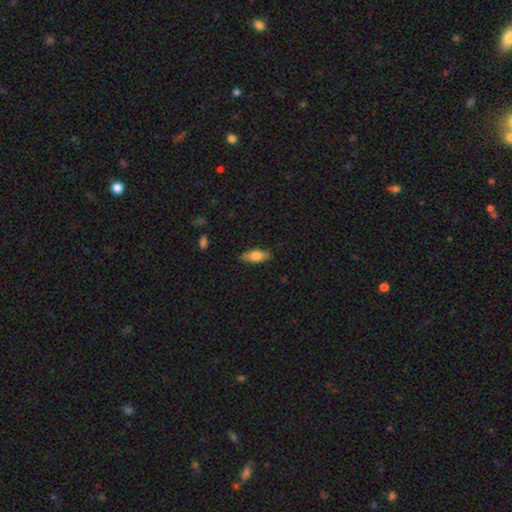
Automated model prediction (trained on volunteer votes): Q: Smooth or featured?
A: smooth (75%); runner-up: featured or disk (19%)
Q: How rounded?
A: in between (76%); runner-up: cigar-shaped (22%)
Q: Merging?
A: none (82%); runner-up: minor disturbance (15%)